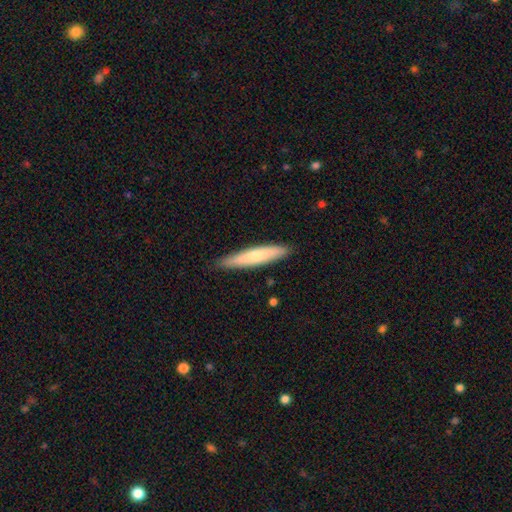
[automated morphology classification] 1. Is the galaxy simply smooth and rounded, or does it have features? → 57% smooth, 35% featured or disk, 7% star or artifact.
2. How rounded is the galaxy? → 91% cigar-shaped, 7% in between, 1% round.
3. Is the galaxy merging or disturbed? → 89% none, 8% minor disturbance, 1% major disturbance, 1% merger.